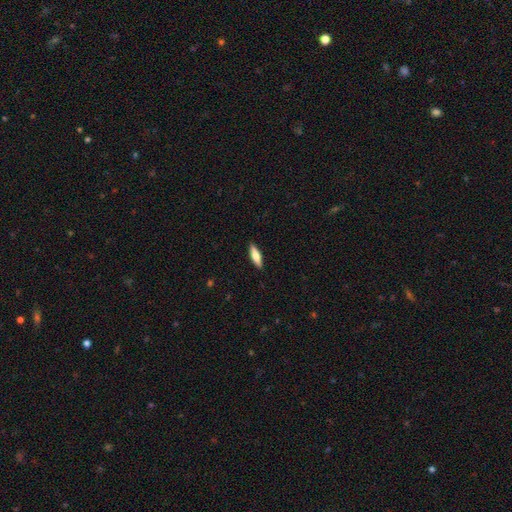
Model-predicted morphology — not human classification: type=smooth (70%); roundness=cigar-shaped (64%); merging=none (90%).